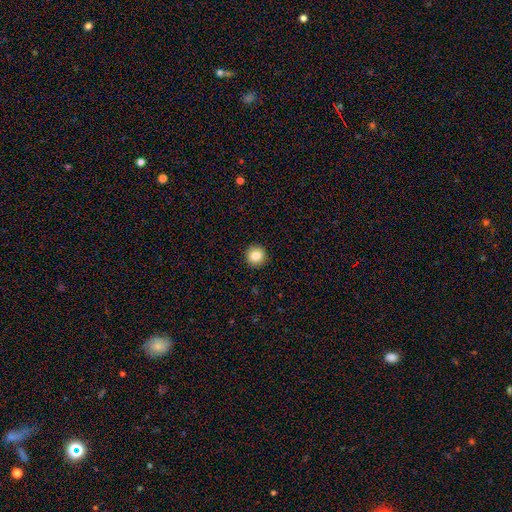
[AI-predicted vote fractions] smooth-or-featured: smooth: 85% | star or artifact: 10% | featured or disk: 6%
  how-rounded: round: 94% | in between: 5% | cigar-shaped: 1%
  merging: none: 93% | minor disturbance: 5% | major disturbance: 2% | merger: 1%